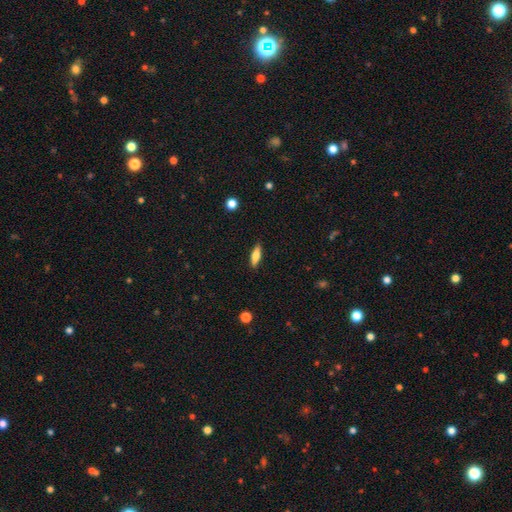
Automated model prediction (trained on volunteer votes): smooth-or-featured: smooth: 72% | featured or disk: 21% | star or artifact: 7%
  how-rounded: cigar-shaped: 50% | in between: 48% | round: 2%
  merging: none: 87% | minor disturbance: 10% | major disturbance: 2% | merger: 1%